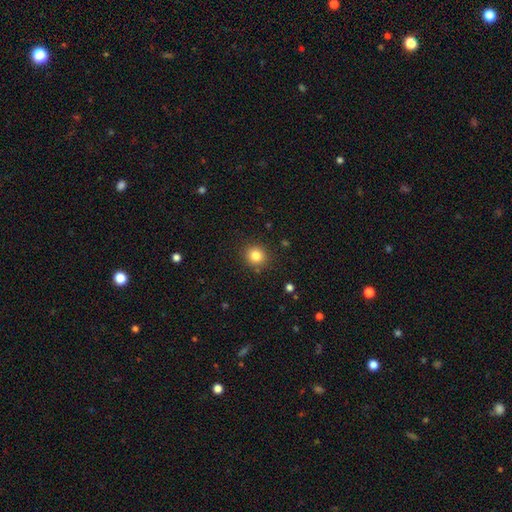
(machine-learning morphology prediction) Smooth or featured: smooth — 83% (star or artifact — 11%)
How rounded: round — 90% (in between — 9%)
Merging: none — 89% (minor disturbance — 7%)